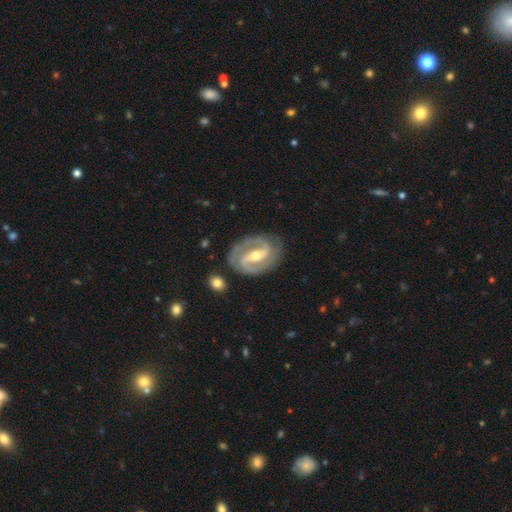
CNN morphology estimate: Smooth or featured? featured or disk (91%)
Edge-on disk? no (97%)
Bar? strong (56%)
Spiral arms? yes (97%)
Spiral winding? medium (47%)
Spiral arm count? 2 (89%)
Bulge size? moderate (57%)
Merging? none (82%)